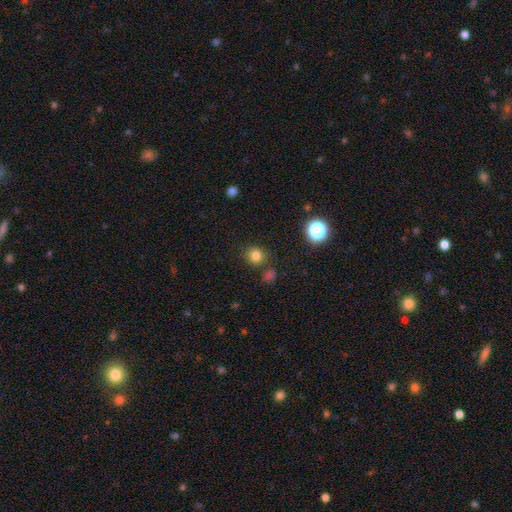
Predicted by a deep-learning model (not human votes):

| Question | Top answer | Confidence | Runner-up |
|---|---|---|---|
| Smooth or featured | smooth | 79% | star or artifact (16%) |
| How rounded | round | 88% | in between (11%) |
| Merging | none | 80% | minor disturbance (10%) |